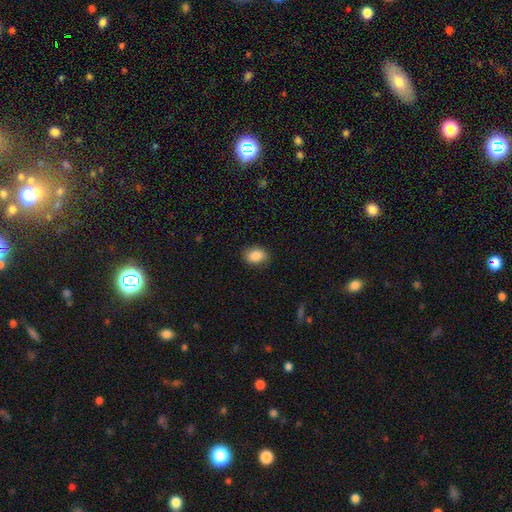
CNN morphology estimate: Smooth or featured: smooth — 87% (star or artifact — 8%)
How rounded: in between — 76% (round — 22%)
Merging: none — 87% (minor disturbance — 10%)